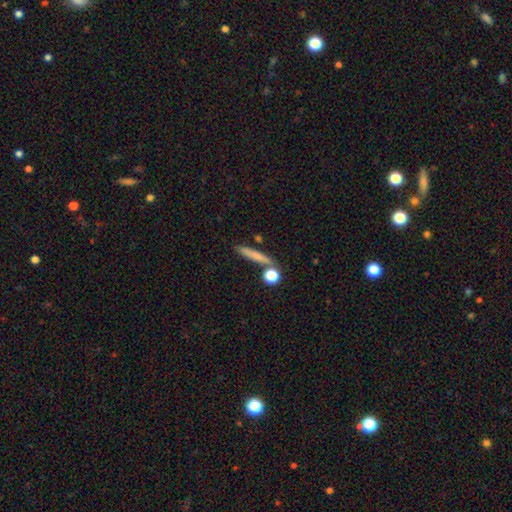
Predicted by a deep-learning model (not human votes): Morphology: type=smooth (72%); roundness=cigar-shaped (83%); merging=none (76%).